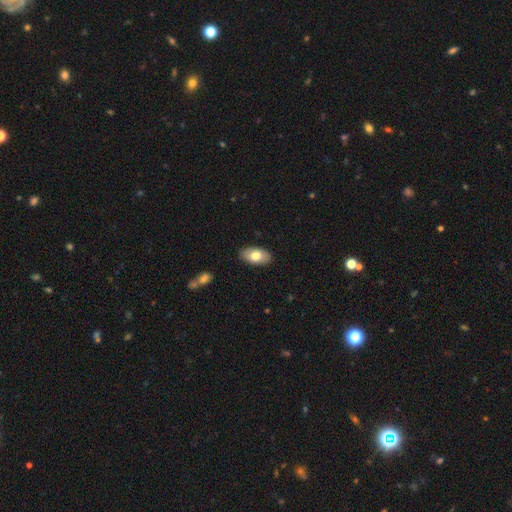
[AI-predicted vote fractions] Smooth or featured?
  - smooth: 76% *
  - featured or disk: 17%
  - star or artifact: 6%
How rounded?
  - in between: 94% *
  - round: 4%
  - cigar-shaped: 2%
Merging?
  - none: 89% *
  - minor disturbance: 8%
  - major disturbance: 2%
  - merger: 1%